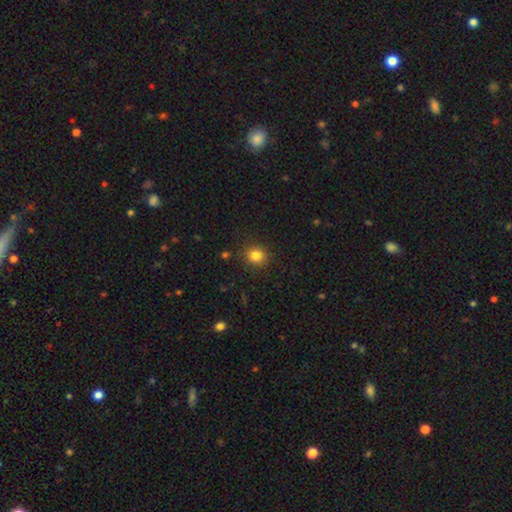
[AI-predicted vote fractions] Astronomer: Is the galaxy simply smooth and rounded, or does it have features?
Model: smooth — 82%.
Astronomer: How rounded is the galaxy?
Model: round — 82%.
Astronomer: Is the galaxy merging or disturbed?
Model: none — 88%.